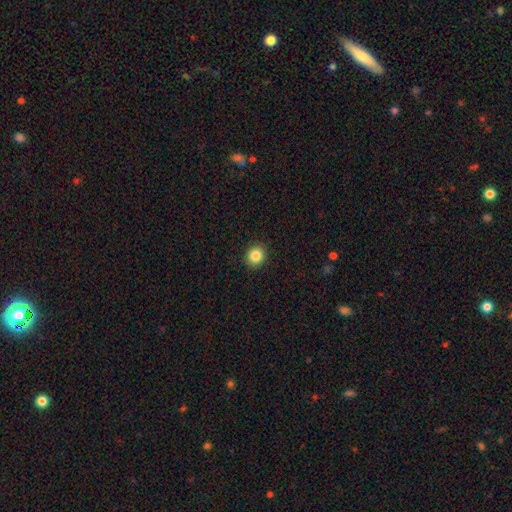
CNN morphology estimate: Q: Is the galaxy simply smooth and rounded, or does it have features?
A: smooth — 86%.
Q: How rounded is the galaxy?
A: round — 81%.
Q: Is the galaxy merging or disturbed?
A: none — 92%.